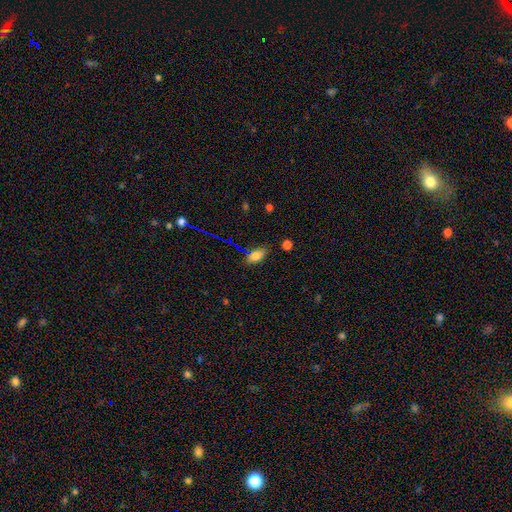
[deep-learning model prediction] smooth 78%, star or artifact 12%, featured or disk 10%. Down the decision tree: how rounded — in between (87%); merging — none (80%).